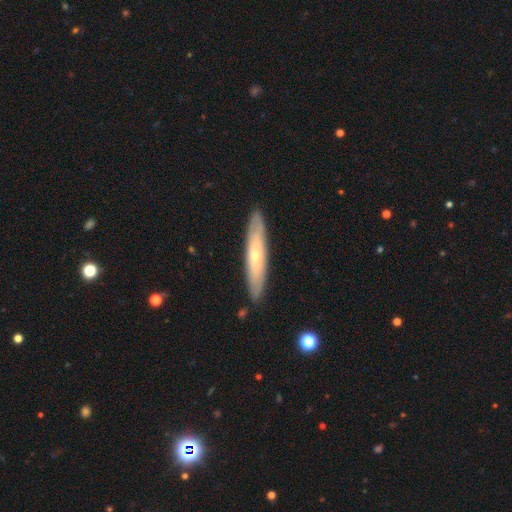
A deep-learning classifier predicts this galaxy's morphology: The model was most divided on "smooth or featured": featured or disk: 54%, smooth: 41%, star or artifact: 5%. More confident: merging — none (88%); edge-on disk — yes (69%).